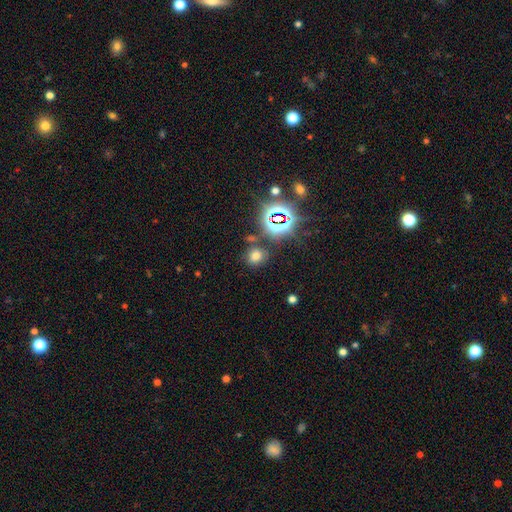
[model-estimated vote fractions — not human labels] Smooth or featured: smooth — 62% (star or artifact — 30%)
How rounded: round — 67% (in between — 32%)
Merging: none — 76% (minor disturbance — 12%)